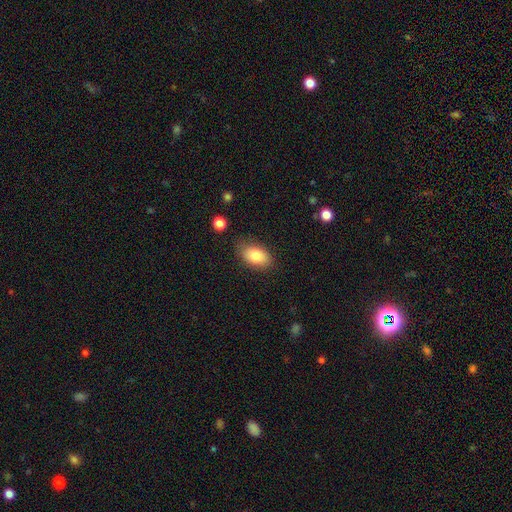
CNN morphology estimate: smooth 82%, featured or disk 10%, star or artifact 8%. Down the decision tree: how rounded — in between (90%); merging — none (78%).